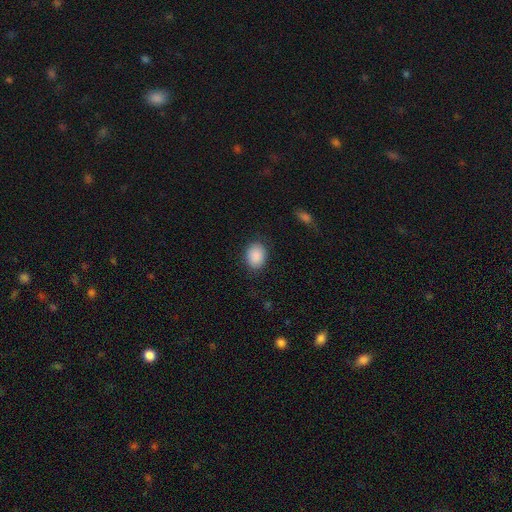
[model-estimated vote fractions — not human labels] smooth_or_featured: smooth (p=0.89) [alt: star or artifact p=0.07]
how_rounded: in between (p=0.55) [alt: round p=0.44]
merging: none (p=0.85) [alt: minor disturbance p=0.11]